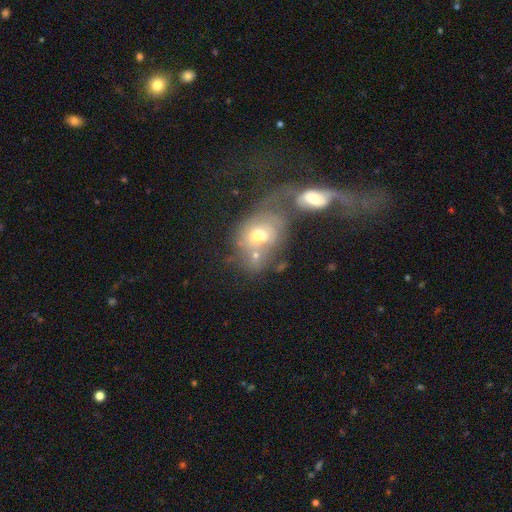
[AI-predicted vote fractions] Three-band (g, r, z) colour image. It shows a smooth galaxy with no disk features (54%) that is in between round and cigar-shaped (57%). Merging: merger (49%).